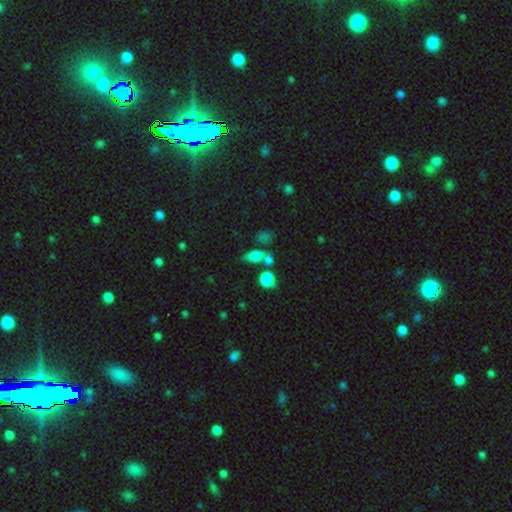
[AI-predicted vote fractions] Smooth or featured? smooth (69%)
How rounded? in between (64%)
Merging? none (46%)